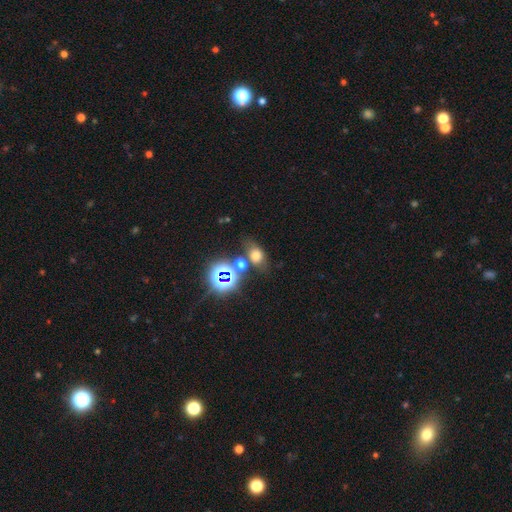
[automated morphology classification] smooth-or-featured: smooth: 59% | star or artifact: 29% | featured or disk: 12%
  how-rounded: in between: 64% | round: 33% | cigar-shaped: 3%
  merging: none: 63% | minor disturbance: 16% | merger: 15% | major disturbance: 7%